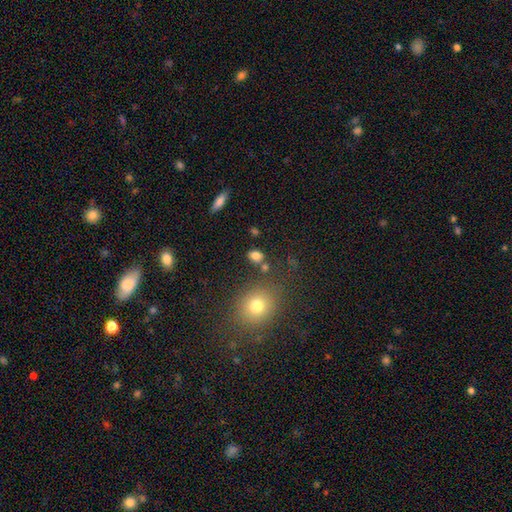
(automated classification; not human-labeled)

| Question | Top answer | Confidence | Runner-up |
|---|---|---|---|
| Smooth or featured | smooth | 79% | star or artifact (13%) |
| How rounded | in between | 63% | round (35%) |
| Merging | none | 72% | minor disturbance (12%) |